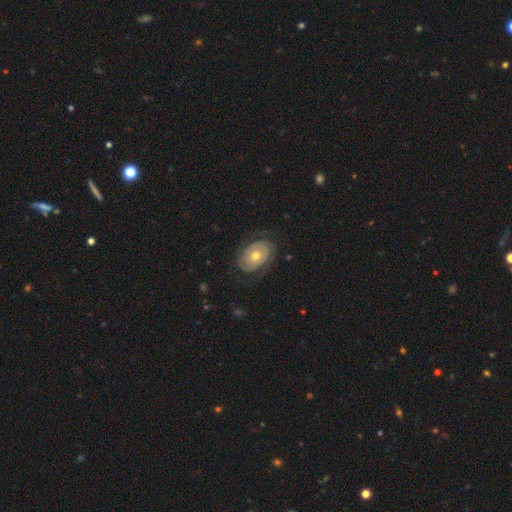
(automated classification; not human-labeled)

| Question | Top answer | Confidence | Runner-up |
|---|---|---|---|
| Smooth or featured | featured or disk | 64% | smooth (29%) |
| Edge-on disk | no | 95% | yes (5%) |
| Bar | no | 85% | weak (12%) |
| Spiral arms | yes | 66% | no (34%) |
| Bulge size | moderate | 73% | small (20%) |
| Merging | none | 73% | minor disturbance (17%) |